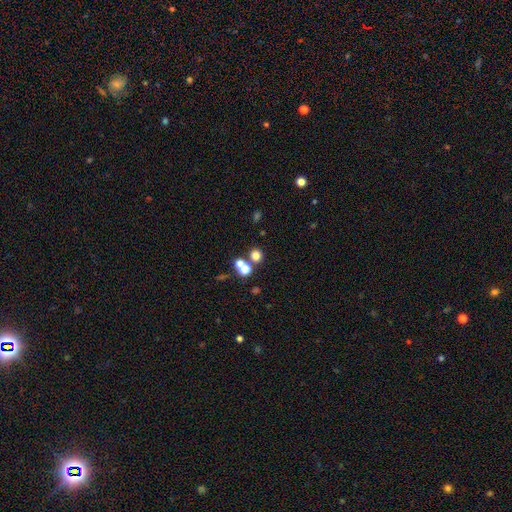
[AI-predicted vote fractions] Smooth or featured? Predicted: smooth (p=0.71). How rounded? Predicted: round (p=0.86). Merging? Predicted: none (p=0.62).